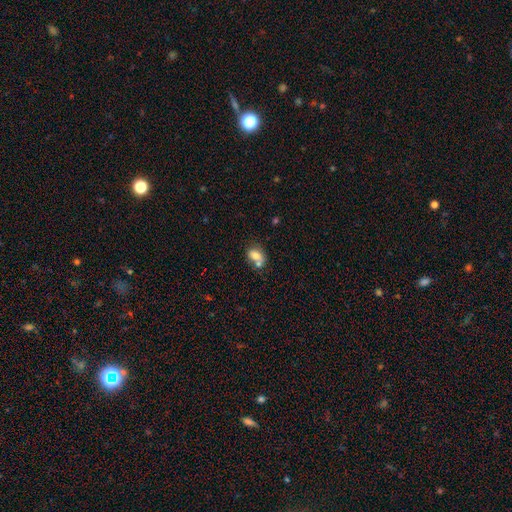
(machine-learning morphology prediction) smooth-or-featured: smooth: 74% | featured or disk: 16% | star or artifact: 10%
  how-rounded: in between: 71% | round: 27% | cigar-shaped: 2%
  merging: merger: 42% | none: 38% | minor disturbance: 14% | major disturbance: 6%